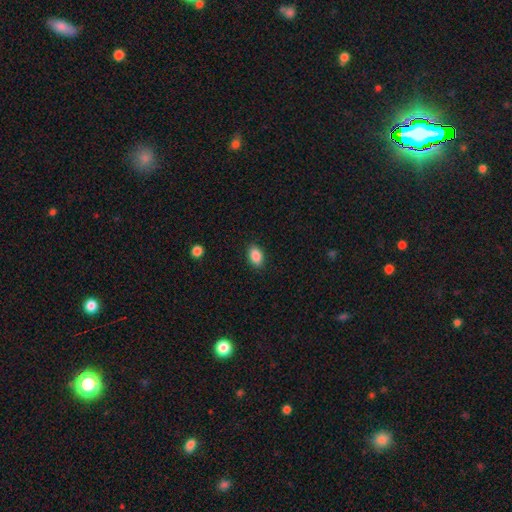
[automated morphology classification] Q: Smooth or featured?
A: smooth (88%); runner-up: star or artifact (8%)
Q: How rounded?
A: in between (88%); runner-up: round (10%)
Q: Merging?
A: none (88%); runner-up: minor disturbance (9%)